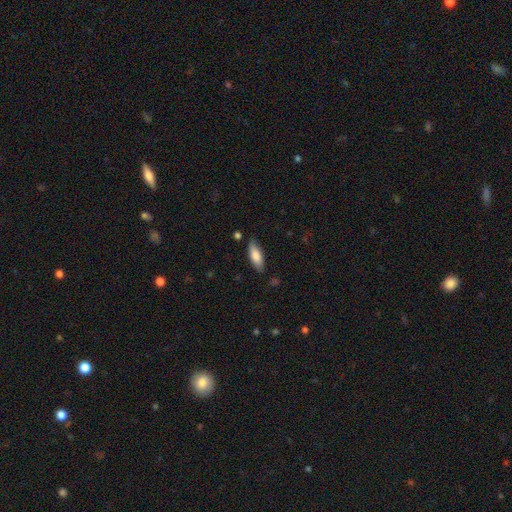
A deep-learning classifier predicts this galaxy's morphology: A smooth galaxy with no disk features (82%) that is in between round and cigar-shaped (68%). Merging: none (81%).